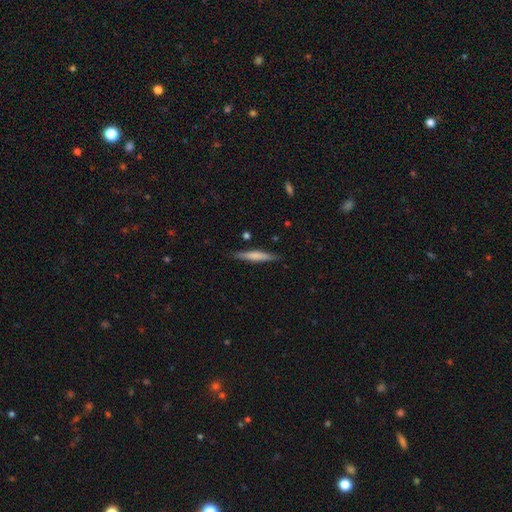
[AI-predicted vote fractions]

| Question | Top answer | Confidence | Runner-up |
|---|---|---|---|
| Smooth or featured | smooth | 60% | featured or disk (34%) |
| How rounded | cigar-shaped | 92% | in between (6%) |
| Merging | none | 86% | minor disturbance (10%) |